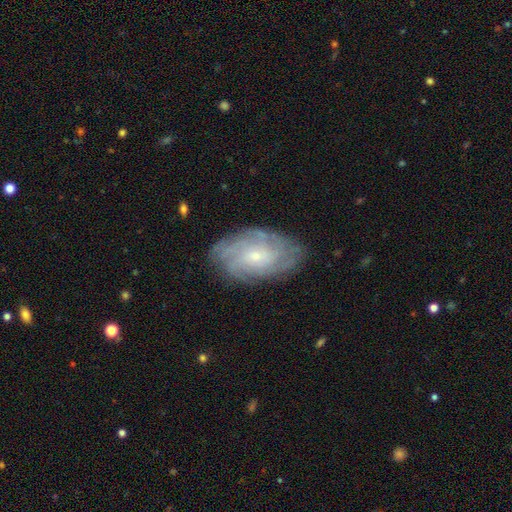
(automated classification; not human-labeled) Q: Smooth or featured?
A: featured or disk (76%); runner-up: smooth (16%)
Q: Edge-on disk?
A: no (95%); runner-up: yes (5%)
Q: Bar?
A: no (71%); runner-up: weak (25%)
Q: Spiral arms?
A: yes (93%); runner-up: no (7%)
Q: Spiral winding?
A: tight (69%); runner-up: medium (24%)
Q: Spiral arm count?
A: can't tell (44%); runner-up: 4 (20%)
Q: Bulge size?
A: small (74%); runner-up: moderate (22%)
Q: Merging?
A: none (80%); runner-up: minor disturbance (15%)